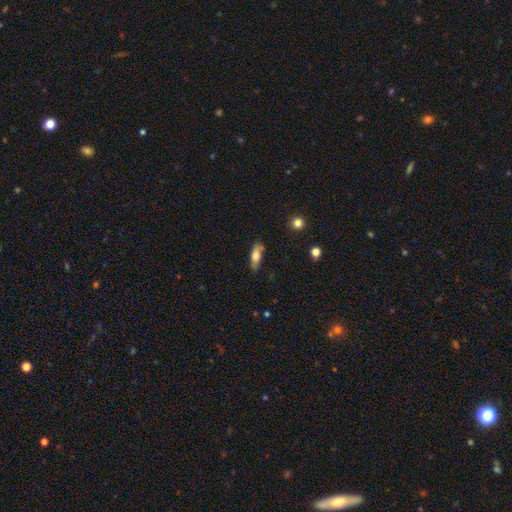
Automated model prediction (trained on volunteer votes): Morphology: type=smooth (68%); roundness=in between (63%); merging=none (76%).